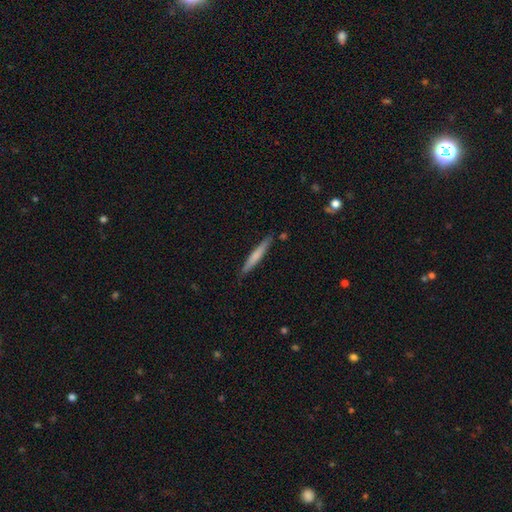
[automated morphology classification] A smooth galaxy with no disk features (64%) that is cigar-shaped (96%).

Vote fractions:
- Smooth or featured? smooth: 64% / featured or disk: 31% / star or artifact: 5%
- How rounded? cigar-shaped: 96% / in between: 3% / round: 1%
- Merging? none: 87% / minor disturbance: 9% / merger: 2% / major disturbance: 2%